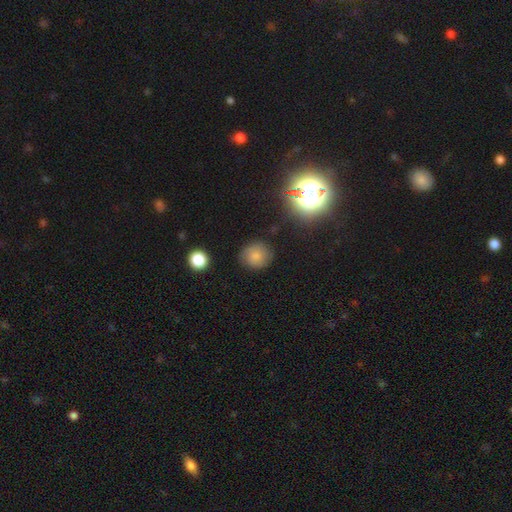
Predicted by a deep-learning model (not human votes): Overall: smooth (76%). How rounded: round (84%). Merging: none (83%).